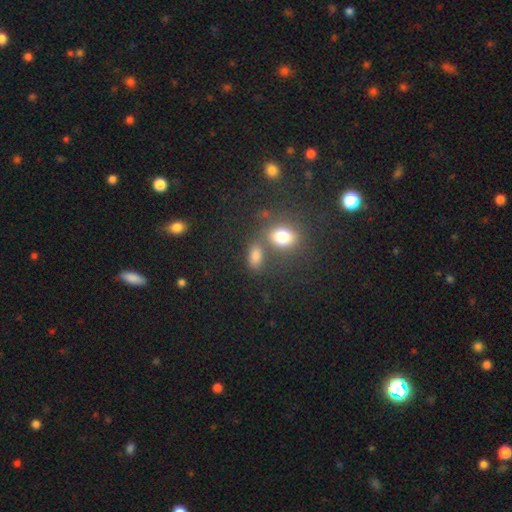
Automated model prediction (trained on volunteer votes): A smooth galaxy with no disk features (78%) that is in between round and cigar-shaped (79%). Merging: none (52%).